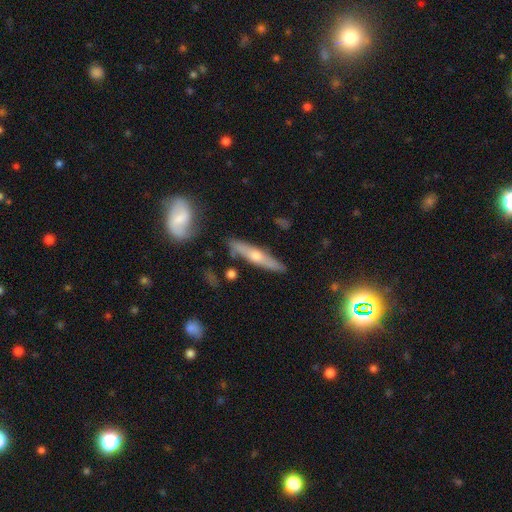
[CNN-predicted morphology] type=featured or disk (64%); edge-on=yes (82%); edge-on bulge=rounded (89%); merging=none (81%).